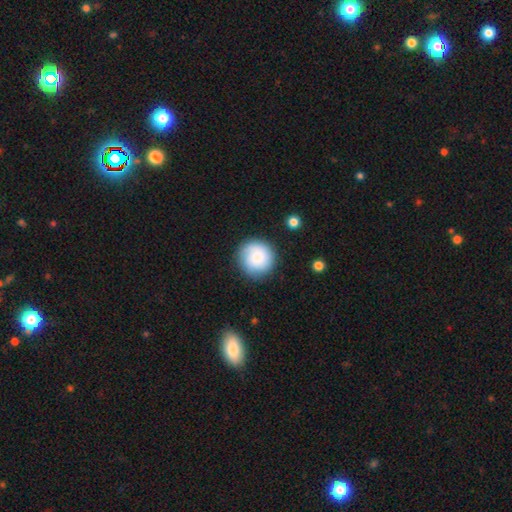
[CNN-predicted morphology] Overall: smooth (79%). How rounded: round (94%). Merging: none (84%).